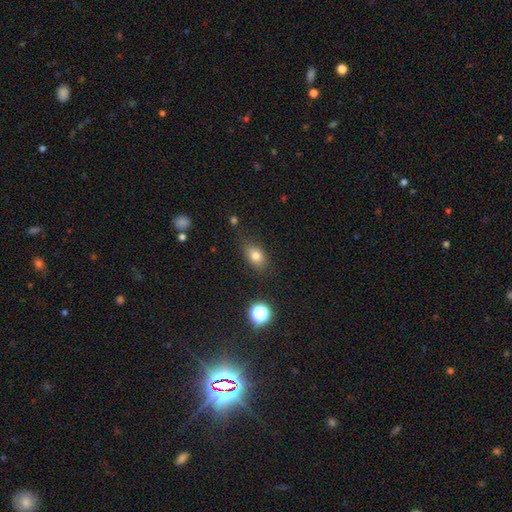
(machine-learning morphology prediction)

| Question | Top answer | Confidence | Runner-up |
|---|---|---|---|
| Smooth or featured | smooth | 77% | star or artifact (12%) |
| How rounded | in between | 76% | round (22%) |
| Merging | none | 78% | minor disturbance (15%) |